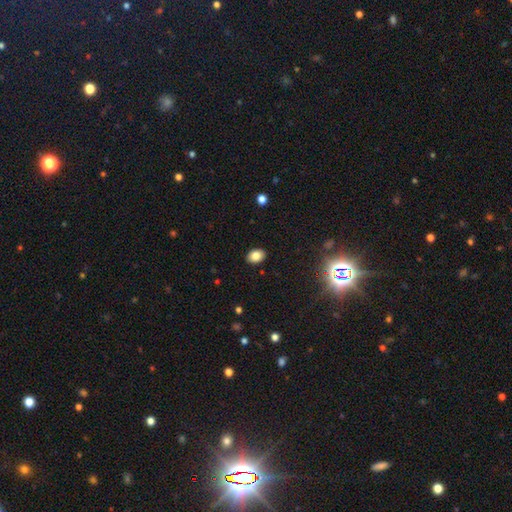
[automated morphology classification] Smooth or featured? smooth (83%)
How rounded? in between (76%)
Merging? none (89%)